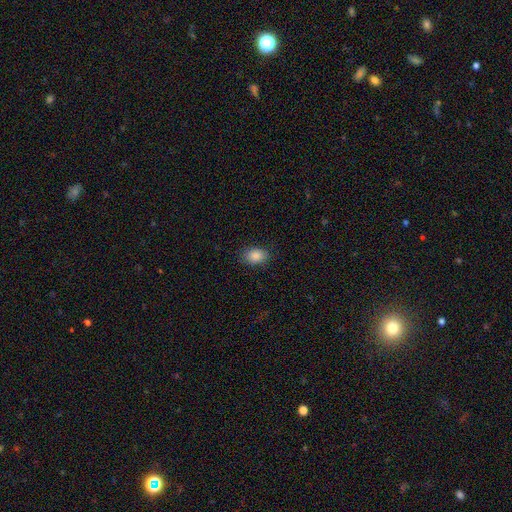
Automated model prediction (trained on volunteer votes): A smooth galaxy with no disk features (87%) that is in between round and cigar-shaped (76%).

Vote fractions:
- Smooth or featured? smooth: 87% / star or artifact: 9% / featured or disk: 4%
- How rounded? in between: 76% / round: 23% / cigar-shaped: 1%
- Merging? none: 86% / minor disturbance: 11% / major disturbance: 3% / merger: 1%